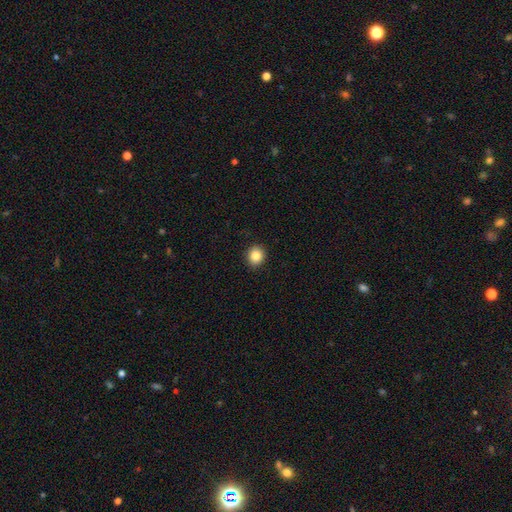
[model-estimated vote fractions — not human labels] smooth_or_featured: smooth (p=0.85) [alt: star or artifact p=0.10]
how_rounded: round (p=0.82) [alt: in between p=0.17]
merging: none (p=0.92) [alt: minor disturbance p=0.06]